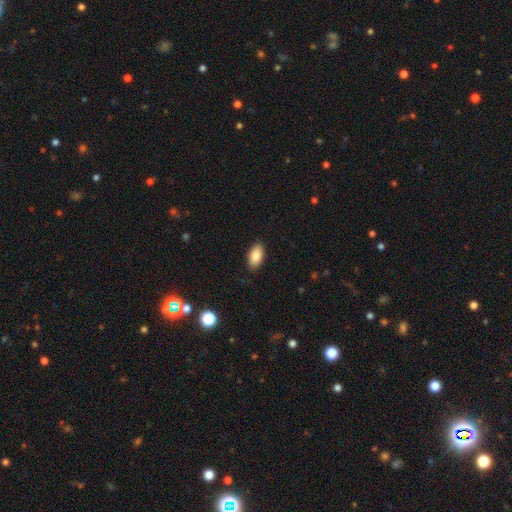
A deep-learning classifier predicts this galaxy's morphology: Smooth or featured: smooth — 86% (star or artifact — 7%)
How rounded: in between — 94% (round — 4%)
Merging: none — 88% (minor disturbance — 9%)